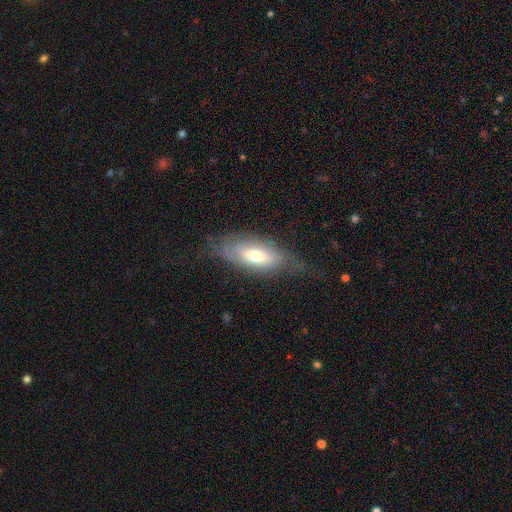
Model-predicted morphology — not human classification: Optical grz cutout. It shows a smooth galaxy with no disk features (55%) that is in between round and cigar-shaped (83%). Merging: none (57%).